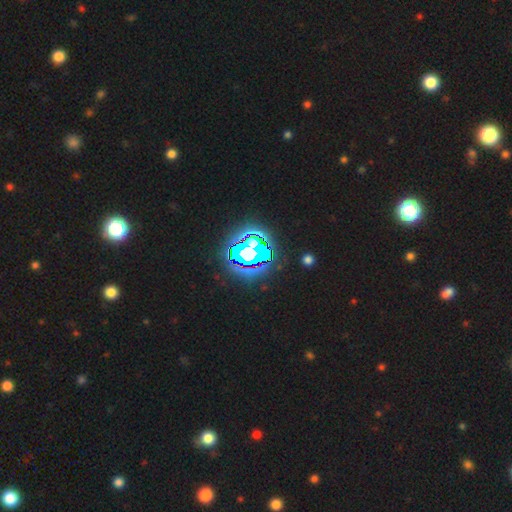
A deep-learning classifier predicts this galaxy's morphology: A star or artifact, not a galaxy (77%).